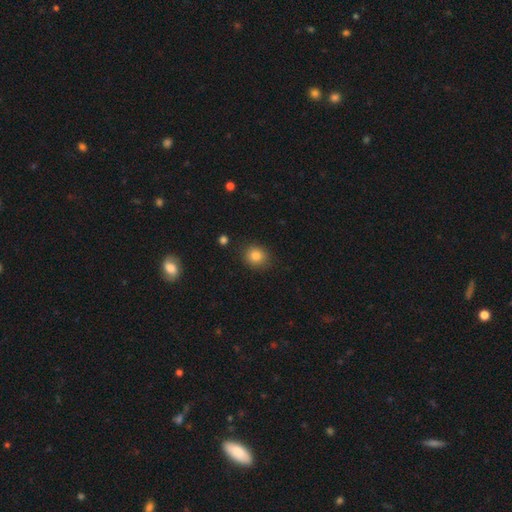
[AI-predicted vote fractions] This is clearly a smooth galaxy (82%). How rounded: likely round (77%). Merging: clearly none (88%).